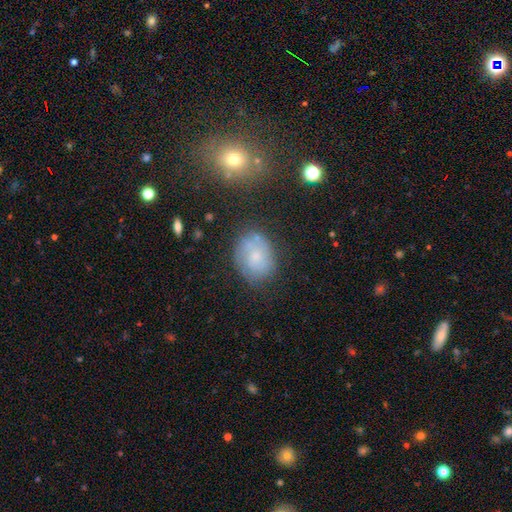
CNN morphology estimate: This appears to be a smooth galaxy with no disk features (49%). Merging: none (66%).